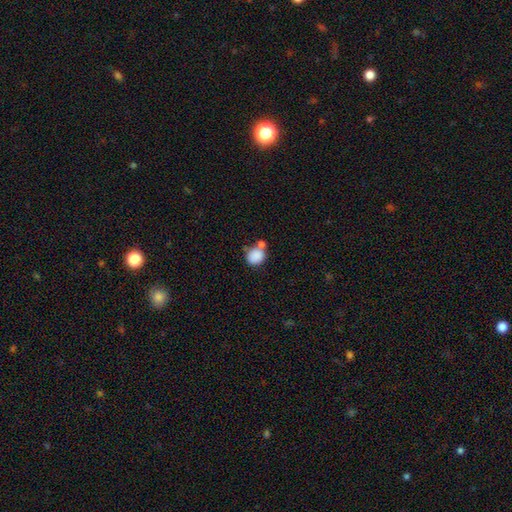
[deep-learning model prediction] smooth_or_featured: smooth (p=0.86) [alt: star or artifact p=0.09]
how_rounded: round (p=0.75) [alt: in between p=0.24]
merging: none (p=0.52) [alt: merger p=0.31]